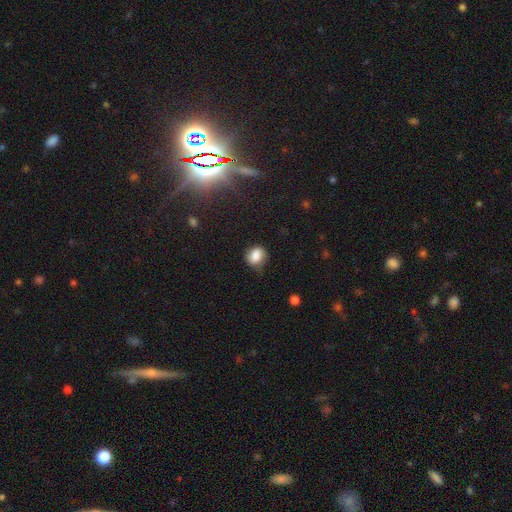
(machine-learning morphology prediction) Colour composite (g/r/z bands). It shows a smooth galaxy with no disk features (82%) that is round (55%). Merging: none (62%).